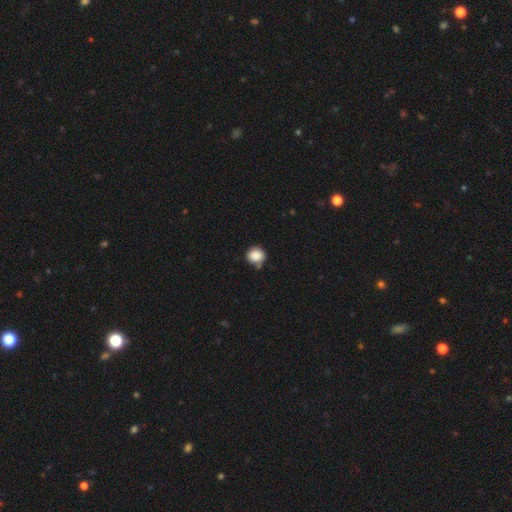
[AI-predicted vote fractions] Morphology: type=smooth (87%); roundness=round (89%); merging=none (76%).